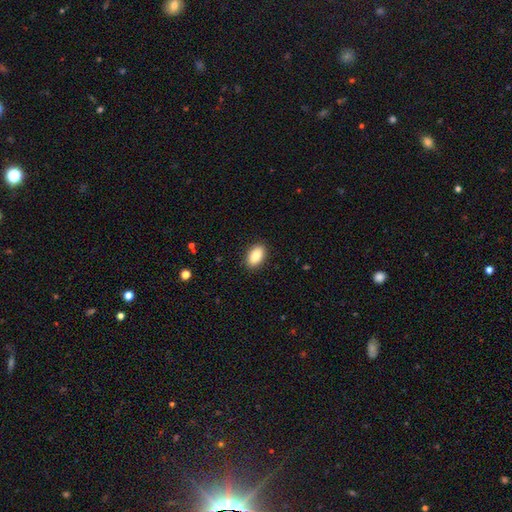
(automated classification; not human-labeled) smooth_or_featured: smooth (p=0.88) [alt: star or artifact p=0.07]
how_rounded: in between (p=0.92) [alt: round p=0.06]
merging: none (p=0.90) [alt: minor disturbance p=0.07]